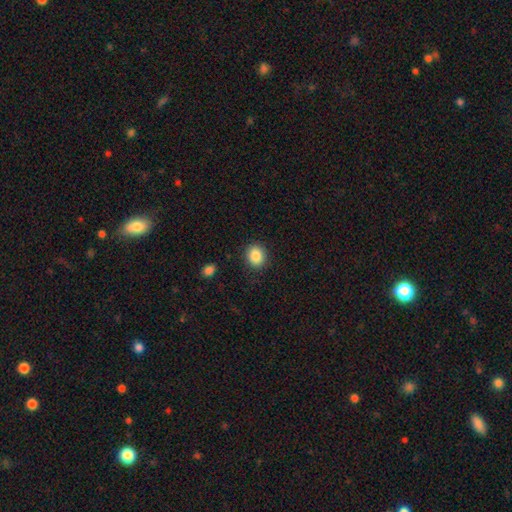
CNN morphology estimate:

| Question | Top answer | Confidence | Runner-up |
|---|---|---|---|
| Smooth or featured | smooth | 87% | star or artifact (9%) |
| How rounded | round | 62% | in between (38%) |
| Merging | none | 88% | minor disturbance (8%) |